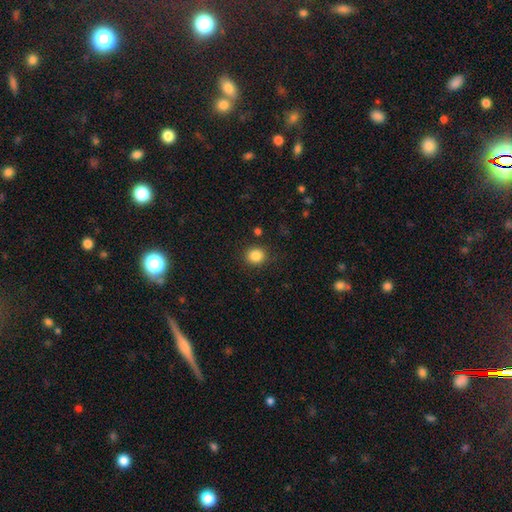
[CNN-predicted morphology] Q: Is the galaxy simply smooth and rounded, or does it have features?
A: smooth — 85%.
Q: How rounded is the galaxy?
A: round — 85%.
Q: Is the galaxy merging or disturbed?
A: none — 89%.